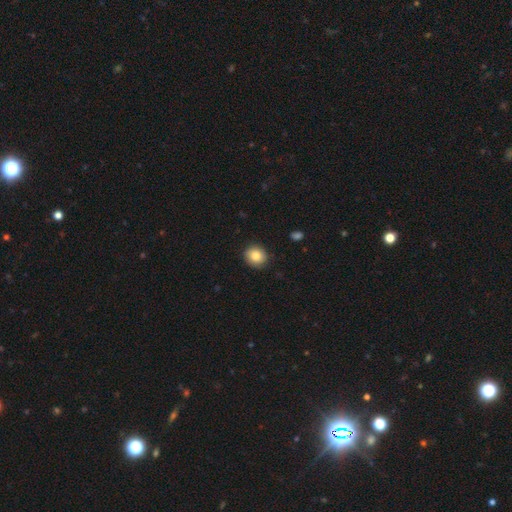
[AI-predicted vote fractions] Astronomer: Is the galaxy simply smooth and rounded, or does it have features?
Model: smooth — 84%.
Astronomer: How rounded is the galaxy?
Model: round — 81%.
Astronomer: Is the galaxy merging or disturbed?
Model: none — 87%.